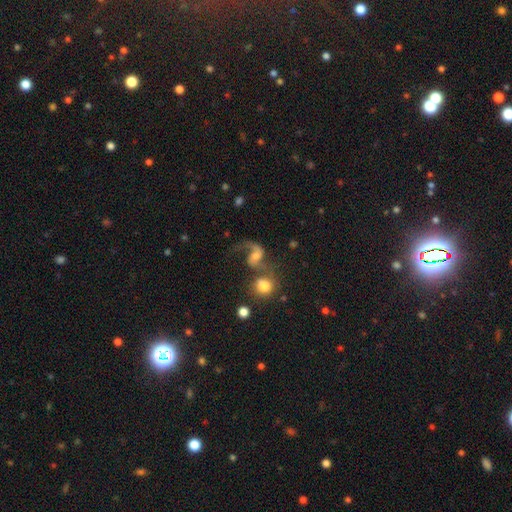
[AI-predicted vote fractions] smooth_or_featured: featured or disk (p=0.73) [alt: smooth p=0.17]
disk_edge_on: no (p=0.97) [alt: yes p=0.03]
bar: no (p=0.44) [alt: weak p=0.41]
has_spiral_arms: yes (p=0.91) [alt: no p=0.09]
spiral_winding: loose (p=0.75) [alt: medium p=0.21]
spiral_arm_count: 2 (p=0.66) [alt: 1 p=0.29]
bulge_size: moderate (p=0.45) [alt: small p=0.32]
merging: merger (p=0.34) [alt: none p=0.32]